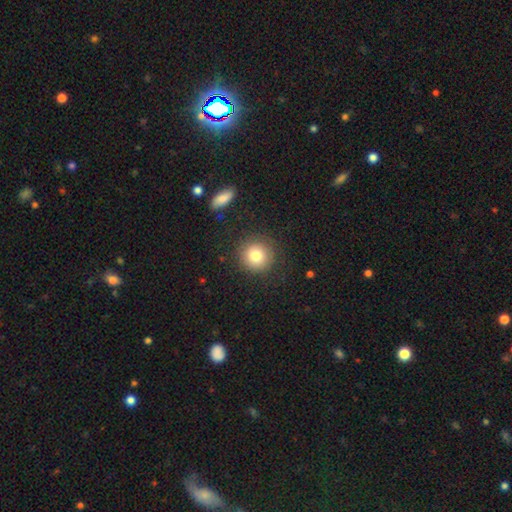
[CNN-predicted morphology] This is likely a smooth galaxy (79%). How rounded: clearly round (93%). Merging: clearly none (86%).